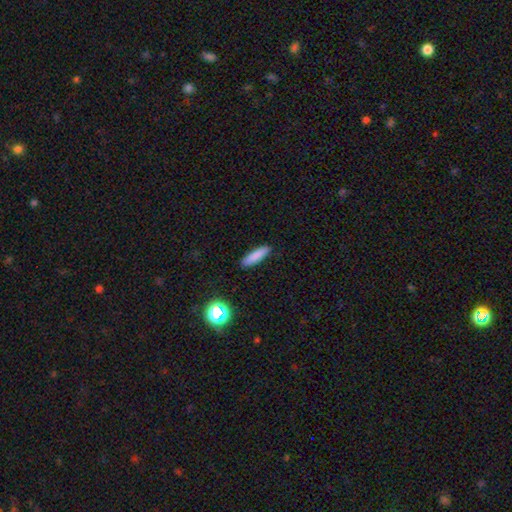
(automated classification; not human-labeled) The model was most divided on "how rounded": cigar-shaped: 76%, in between: 22%, round: 2%. More confident: merging — none (90%); smooth or featured — smooth (84%).